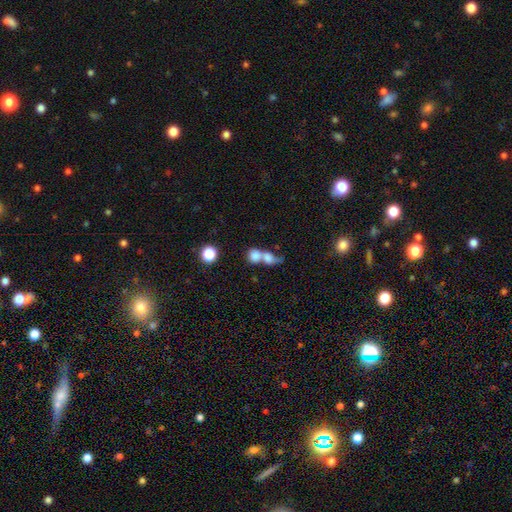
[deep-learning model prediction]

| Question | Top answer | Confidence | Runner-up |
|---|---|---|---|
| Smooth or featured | smooth | 76% | featured or disk (14%) |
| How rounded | round | 65% | in between (32%) |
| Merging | merger | 70% | none (19%) |